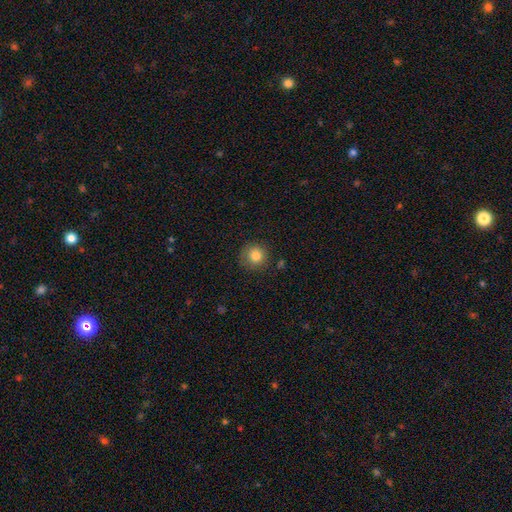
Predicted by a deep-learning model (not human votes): Morphology: type=smooth (82%); roundness=round (93%); merging=none (84%).